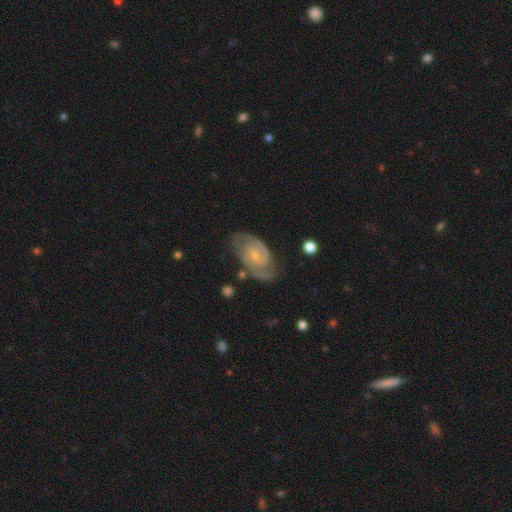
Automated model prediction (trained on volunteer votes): A featured or disk galaxy (90%) with a weak bar (47%), 2 (88%) tight (47%) spiral arms (98%) and a small central bulge (69%).

Vote fractions:
- Smooth or featured? featured or disk: 90% / smooth: 6% / star or artifact: 5%
- Edge-on disk? no: 97% / yes: 3%
- Bar? weak: 47% / no: 42% / strong: 10%
- Spiral arms? yes: 98% / no: 2%
- Spiral winding? tight: 47% / medium: 45% / loose: 8%
- Spiral arm count? 2: 88% / can't tell: 4% / 3: 4% / 1: 1% / 4: 1% / more than 4: 1%
- Bulge size? small: 69% / moderate: 24% / none: 5% / large: 1% / dominant: 1%
- Merging? none: 74% / minor disturbance: 18% / major disturbance: 6% / merger: 2%